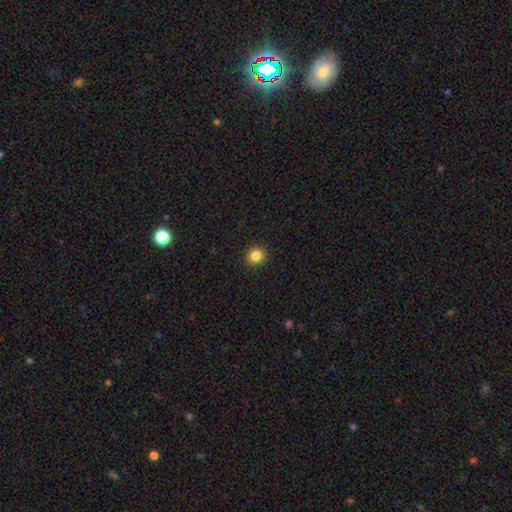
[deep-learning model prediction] This appears to be a smooth galaxy with no disk features (84%) that is round (86%). Merging: none (92%).